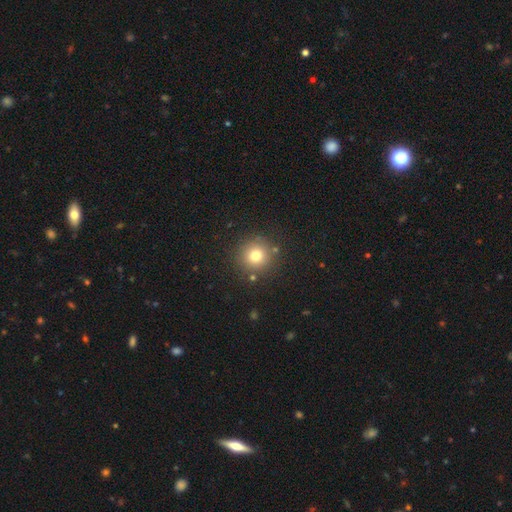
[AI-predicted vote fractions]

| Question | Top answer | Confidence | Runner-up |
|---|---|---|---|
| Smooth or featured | smooth | 76% | star or artifact (15%) |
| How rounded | round | 94% | in between (5%) |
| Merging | none | 86% | minor disturbance (7%) |